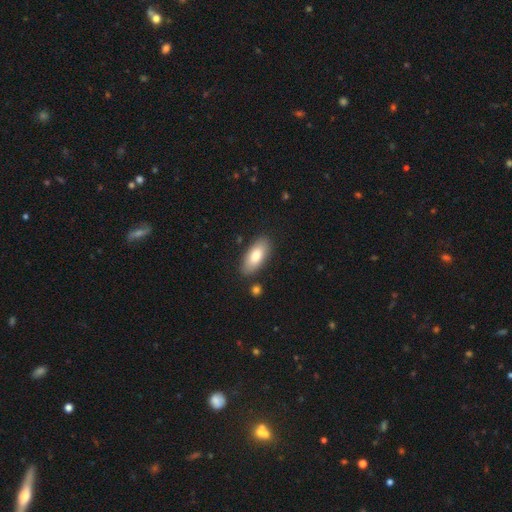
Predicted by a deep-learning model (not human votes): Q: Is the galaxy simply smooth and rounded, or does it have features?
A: smooth — 81%.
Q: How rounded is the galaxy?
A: in between — 86%.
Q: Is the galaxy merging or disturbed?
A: none — 85%.